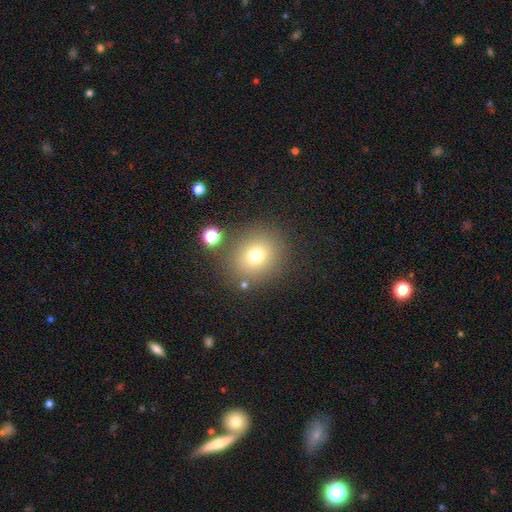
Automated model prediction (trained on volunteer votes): smooth-or-featured: smooth: 73% | star or artifact: 16% | featured or disk: 11%
  how-rounded: round: 80% | in between: 19% | cigar-shaped: 1%
  merging: none: 81% | minor disturbance: 10% | merger: 5% | major disturbance: 4%